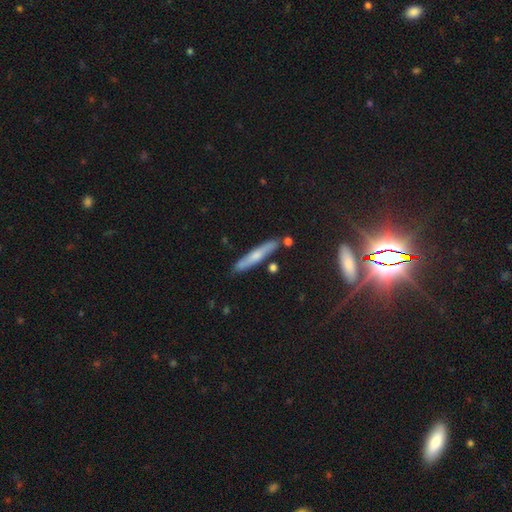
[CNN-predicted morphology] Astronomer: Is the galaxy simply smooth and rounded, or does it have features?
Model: smooth — 54% (runner-up: featured or disk, 40%).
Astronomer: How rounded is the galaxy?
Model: cigar-shaped — 92%.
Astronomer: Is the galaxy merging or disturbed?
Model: none — 84%.